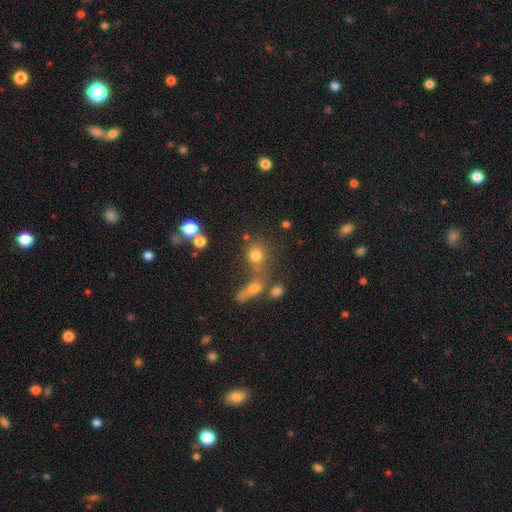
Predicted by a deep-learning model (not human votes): smooth_or_featured: smooth (p=0.70) [alt: star or artifact p=0.17]
how_rounded: round (p=0.74) [alt: in between p=0.24]
merging: none (p=0.49) [alt: merger p=0.33]